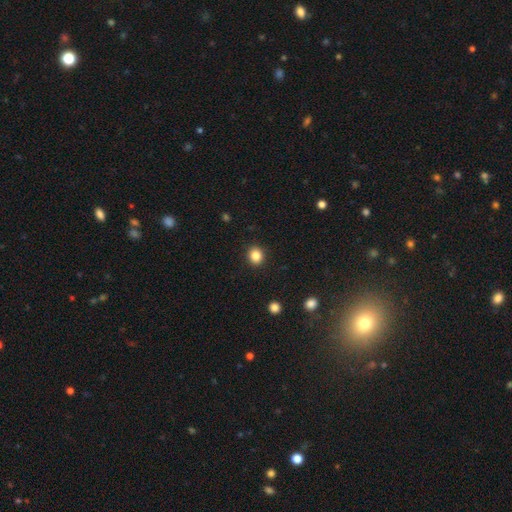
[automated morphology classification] Smooth or featured: smooth — 85% (star or artifact — 10%)
How rounded: round — 73% (in between — 26%)
Merging: none — 91% (minor disturbance — 6%)